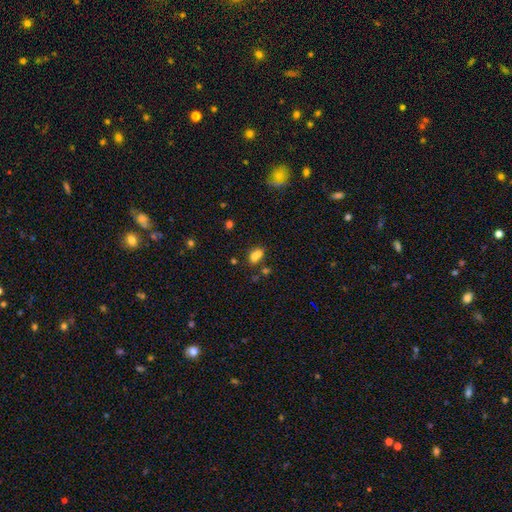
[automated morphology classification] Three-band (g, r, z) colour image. It shows a smooth galaxy with no disk features (70%) that is in between round and cigar-shaped (62%). Merging: merger (52%).